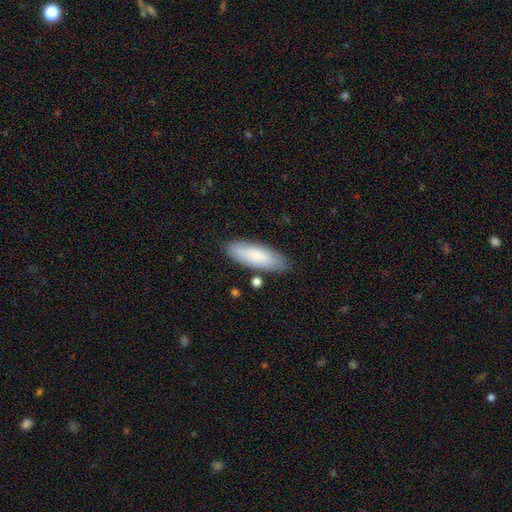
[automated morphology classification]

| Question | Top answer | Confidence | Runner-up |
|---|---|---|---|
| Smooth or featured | smooth | 79% | featured or disk (15%) |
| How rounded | in between | 57% | cigar-shaped (41%) |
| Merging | none | 81% | minor disturbance (13%) |